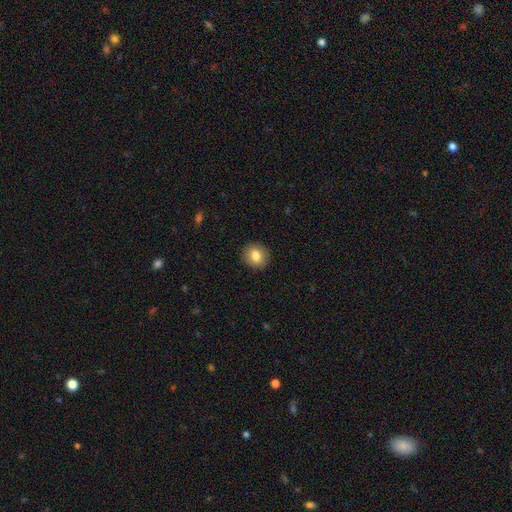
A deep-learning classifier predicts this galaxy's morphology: The model was most divided on "how rounded": round: 76%, in between: 23%, cigar-shaped: 1%. More confident: merging — none (90%); smooth or featured — smooth (82%).